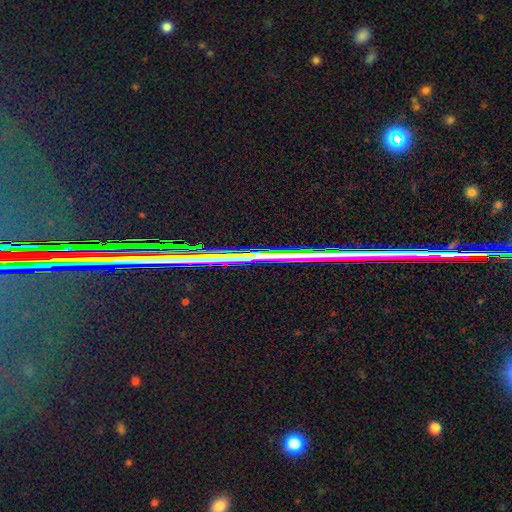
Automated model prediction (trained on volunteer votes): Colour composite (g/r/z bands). It shows a star or artifact, not a galaxy (79%).